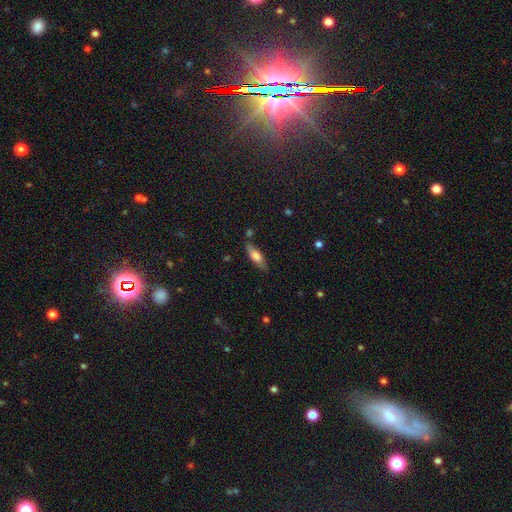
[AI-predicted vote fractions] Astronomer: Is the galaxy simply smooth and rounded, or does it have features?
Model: smooth — 63%.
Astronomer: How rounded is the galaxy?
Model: in between — 50% (runner-up: cigar-shaped, 48%).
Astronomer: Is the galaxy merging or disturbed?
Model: none — 77%.